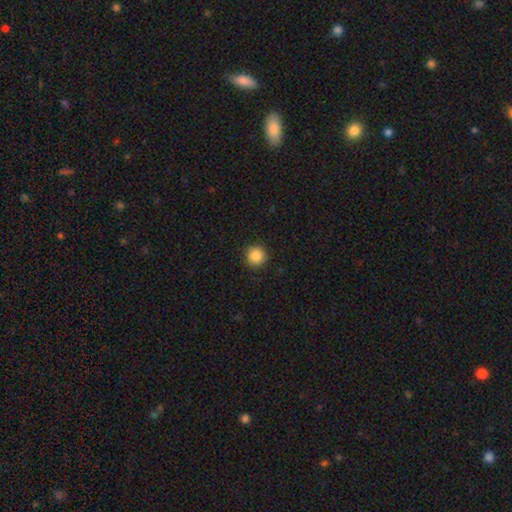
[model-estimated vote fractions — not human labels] Smooth or featured? Predicted: smooth (p=0.86). How rounded? Predicted: round (p=0.95). Merging? Predicted: none (p=0.92).